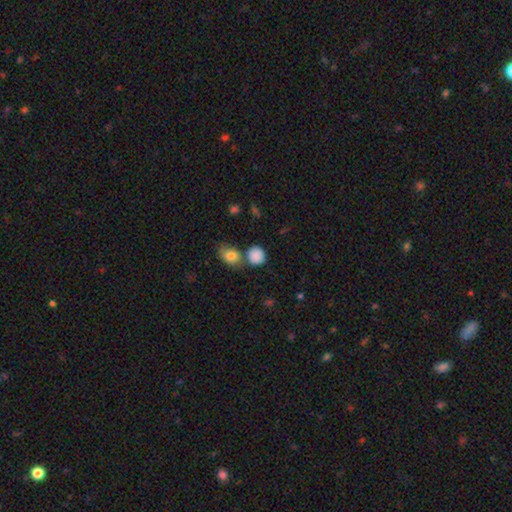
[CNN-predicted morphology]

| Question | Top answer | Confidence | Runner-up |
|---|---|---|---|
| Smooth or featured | smooth | 87% | star or artifact (9%) |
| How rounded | round | 80% | in between (19%) |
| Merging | none | 64% | merger (21%) |